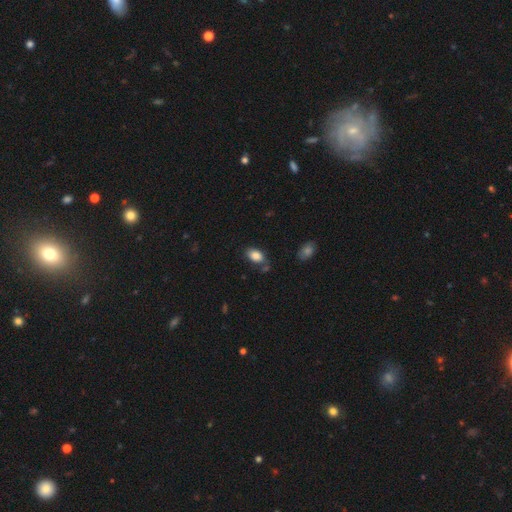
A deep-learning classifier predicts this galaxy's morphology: Smooth or featured: smooth — 85% (star or artifact — 8%)
How rounded: in between — 90% (round — 9%)
Merging: none — 70% (minor disturbance — 18%)